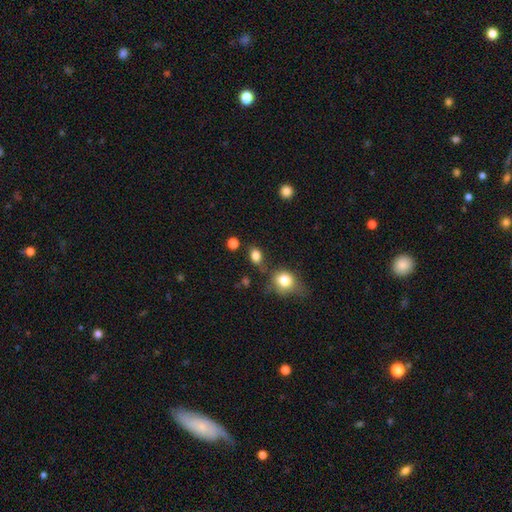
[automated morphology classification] smooth_or_featured: smooth (p=0.83) [alt: star or artifact p=0.11]
how_rounded: in between (p=0.65) [alt: round p=0.33]
merging: none (p=0.69) [alt: minor disturbance p=0.16]